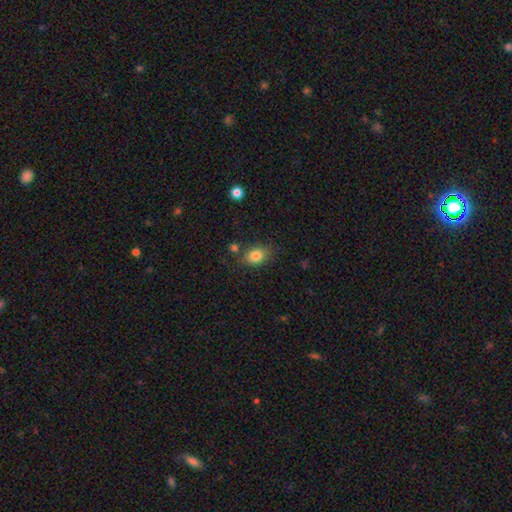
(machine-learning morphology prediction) Smooth or featured?
  - smooth: 82% *
  - star or artifact: 10%
  - featured or disk: 9%
How rounded?
  - in between: 72% *
  - round: 27%
  - cigar-shaped: 2%
Merging?
  - none: 71% *
  - minor disturbance: 18%
  - merger: 6%
  - major disturbance: 5%